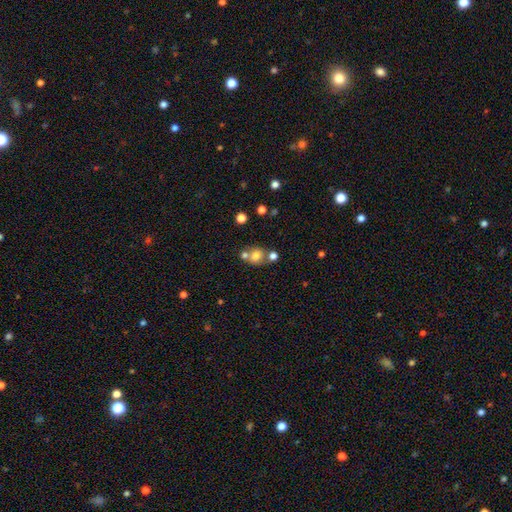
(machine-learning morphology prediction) Smooth or featured? smooth (73%)
How rounded? round (73%)
Merging? none (54%)